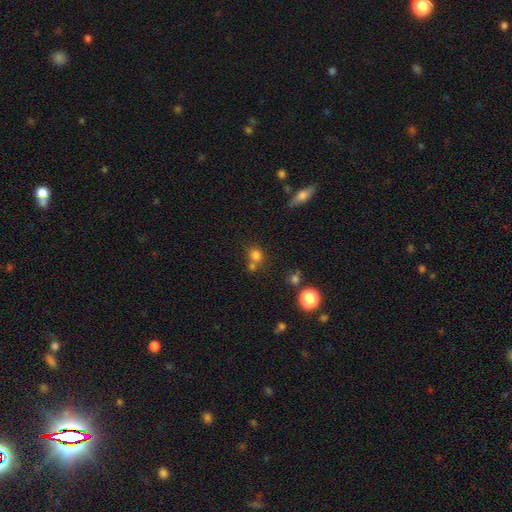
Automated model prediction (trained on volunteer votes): Smooth or featured? smooth (75%)
How rounded? round (77%)
Merging? none (50%)